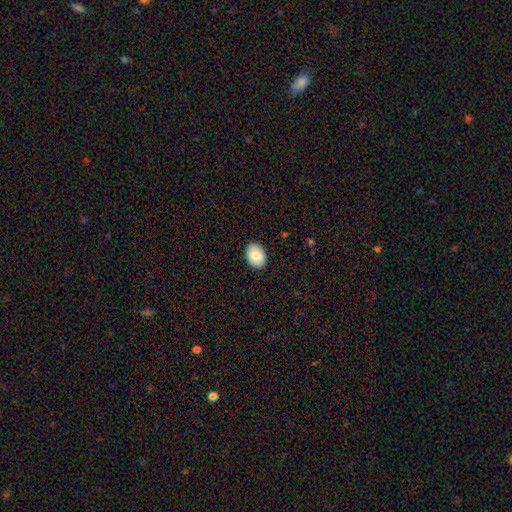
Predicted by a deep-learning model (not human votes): smooth_or_featured: smooth (p=0.83) [alt: featured or disk p=0.11]
how_rounded: in between (p=0.74) [alt: round p=0.25]
merging: none (p=0.88) [alt: minor disturbance p=0.09]